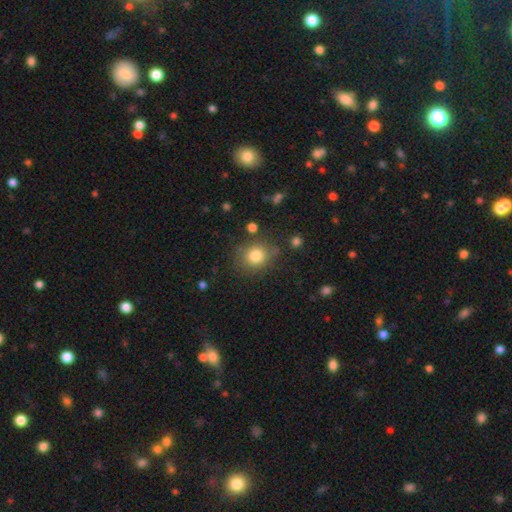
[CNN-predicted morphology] Smooth or featured? Predicted: smooth (p=0.81). How rounded? Predicted: round (p=0.77). Merging? Predicted: none (p=0.75).